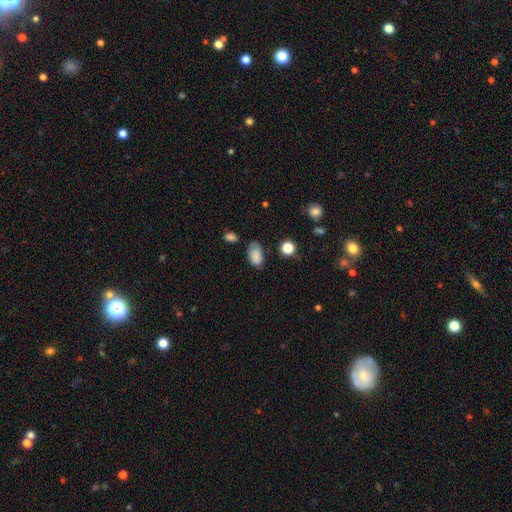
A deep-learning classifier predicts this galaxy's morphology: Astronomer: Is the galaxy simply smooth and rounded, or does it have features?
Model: smooth — 81%.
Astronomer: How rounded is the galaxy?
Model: in between — 92%.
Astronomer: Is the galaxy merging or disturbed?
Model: none — 61%.